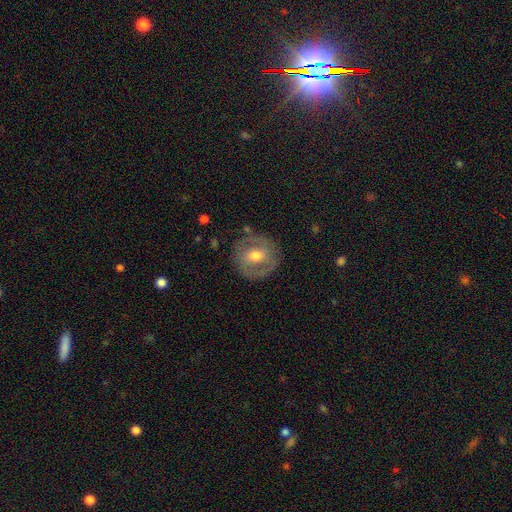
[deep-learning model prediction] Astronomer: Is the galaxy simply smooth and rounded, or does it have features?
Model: featured or disk — 60%.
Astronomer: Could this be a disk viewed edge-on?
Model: no — 95%.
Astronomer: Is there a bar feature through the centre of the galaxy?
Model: weak — 44% (runner-up: no, 33%).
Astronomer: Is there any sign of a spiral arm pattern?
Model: yes — 56% (runner-up: no, 44%).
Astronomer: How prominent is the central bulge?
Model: moderate — 73%.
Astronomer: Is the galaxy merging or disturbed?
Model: none — 80%.